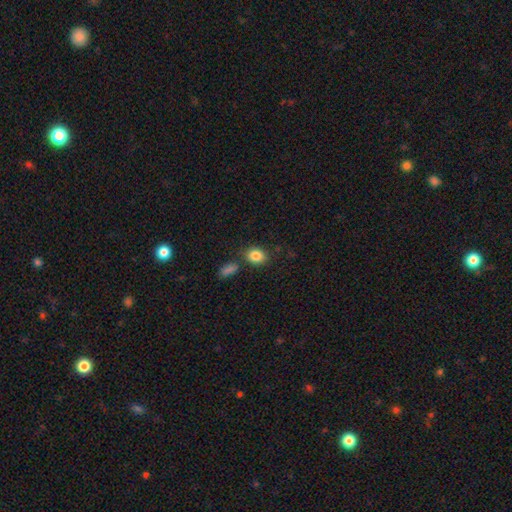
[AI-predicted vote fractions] smooth_or_featured: smooth (p=0.85) [alt: star or artifact p=0.09]
how_rounded: in between (p=0.58) [alt: round p=0.41]
merging: none (p=0.73) [alt: minor disturbance p=0.12]